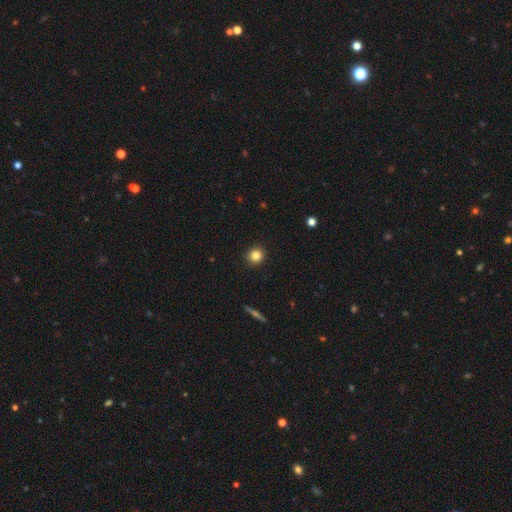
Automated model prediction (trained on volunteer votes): smooth_or_featured: smooth (p=0.83) [alt: star or artifact p=0.11]
how_rounded: round (p=0.93) [alt: in between p=0.06]
merging: none (p=0.92) [alt: minor disturbance p=0.05]